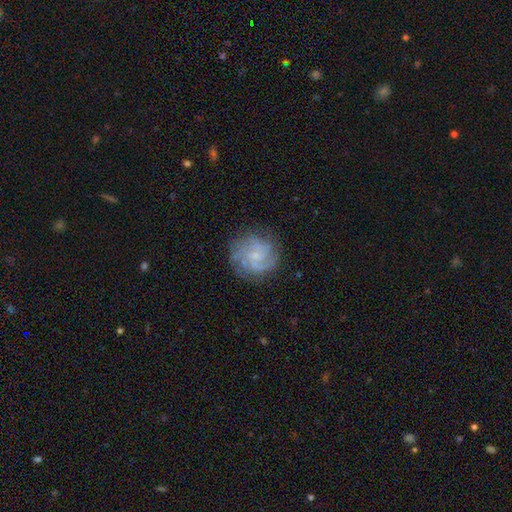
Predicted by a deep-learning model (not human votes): This is likely a featured or disk galaxy (78%). It is clearly not viewed edge-on (98%). Bar: likely no (70%). Spiral arm pattern: clearly yes (95%). Spiral arm count: marginally can't tell (28%). Spiral winding: likely tight (61%). Central bulge: likely small (72%). Merging: likely none (80%).